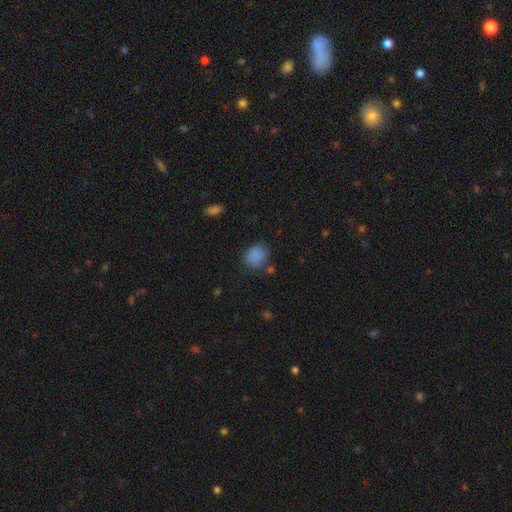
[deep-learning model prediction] Overall: smooth (85%). How rounded: round (65%; in between 34%). Merging: none (77%).